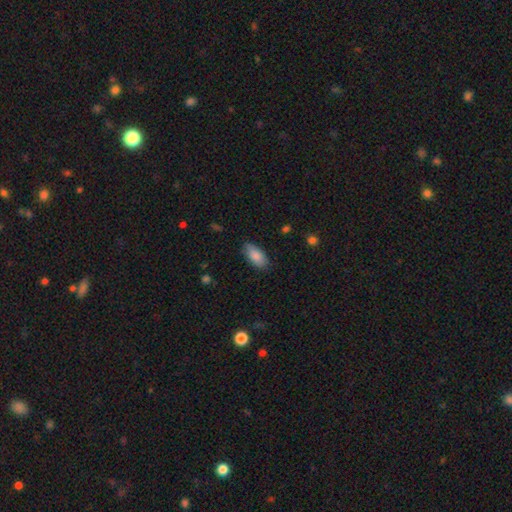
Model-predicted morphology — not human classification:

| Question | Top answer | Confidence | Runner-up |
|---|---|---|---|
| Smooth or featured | smooth | 87% | star or artifact (7%) |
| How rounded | in between | 91% | cigar-shaped (7%) |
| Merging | none | 81% | minor disturbance (15%) |